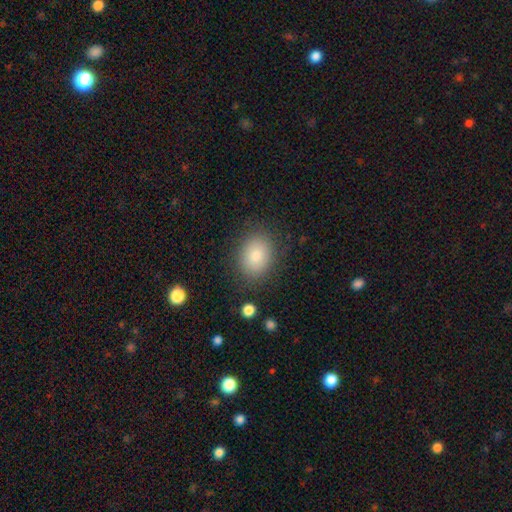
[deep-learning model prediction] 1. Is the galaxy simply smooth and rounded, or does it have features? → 81% smooth, 10% star or artifact, 9% featured or disk.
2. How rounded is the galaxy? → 57% in between, 43% round, 1% cigar-shaped.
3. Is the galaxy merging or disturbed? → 85% none, 10% minor disturbance, 4% major disturbance, 1% merger.